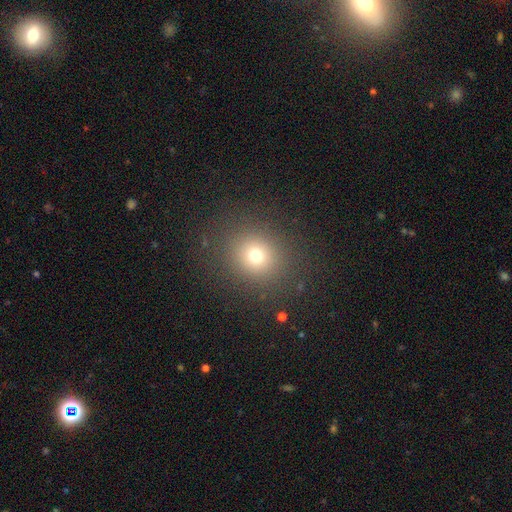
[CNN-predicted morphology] smooth 71%, star or artifact 19%, featured or disk 9%. Down the decision tree: how rounded — round (84%); merging — none (87%).